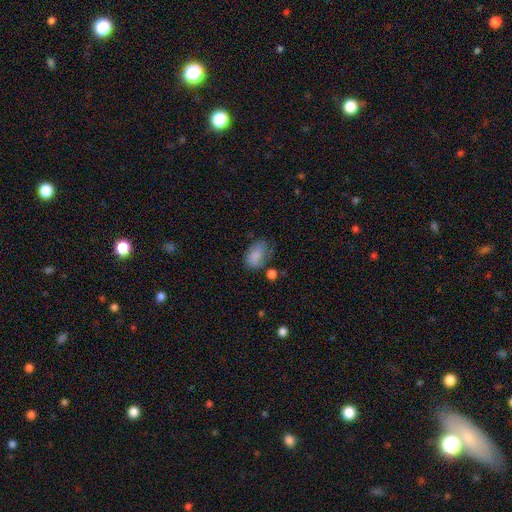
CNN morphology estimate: The model was most divided on "merging": none: 48%, minor disturbance: 31%, major disturbance: 14%, merger: 7%. More confident: how rounded — in between (86%); smooth or featured — smooth (79%).